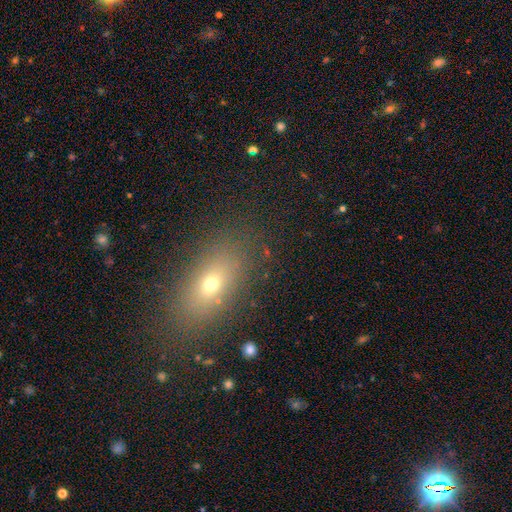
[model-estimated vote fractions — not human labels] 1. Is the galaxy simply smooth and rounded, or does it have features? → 64% smooth, 19% star or artifact, 17% featured or disk.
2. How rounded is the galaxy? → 80% in between, 12% round, 8% cigar-shaped.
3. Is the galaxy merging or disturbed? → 85% none, 9% minor disturbance, 4% major disturbance, 2% merger.